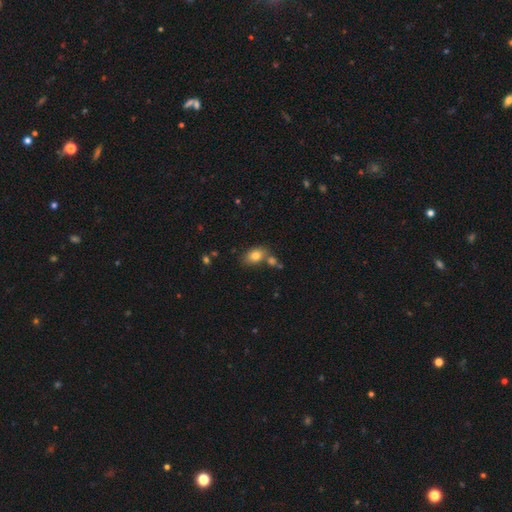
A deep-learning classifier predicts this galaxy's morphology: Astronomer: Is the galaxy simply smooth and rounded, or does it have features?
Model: smooth — 80%.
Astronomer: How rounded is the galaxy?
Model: in between — 82%.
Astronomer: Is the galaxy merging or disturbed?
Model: none — 63%.